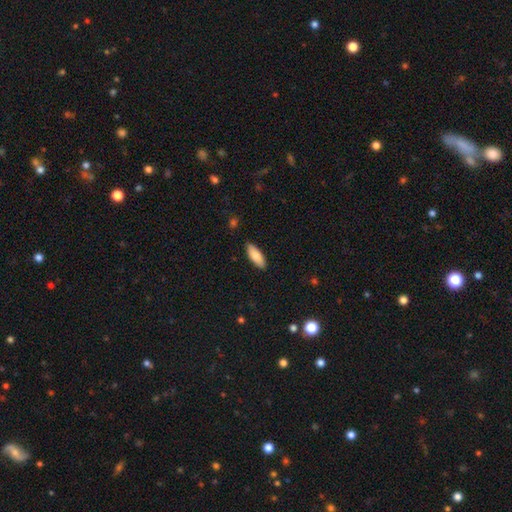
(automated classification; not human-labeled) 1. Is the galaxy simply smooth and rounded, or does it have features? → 82% smooth, 12% featured or disk, 6% star or artifact.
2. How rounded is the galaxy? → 69% in between, 29% cigar-shaped, 2% round.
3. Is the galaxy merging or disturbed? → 88% none, 10% minor disturbance, 2% major disturbance, 1% merger.